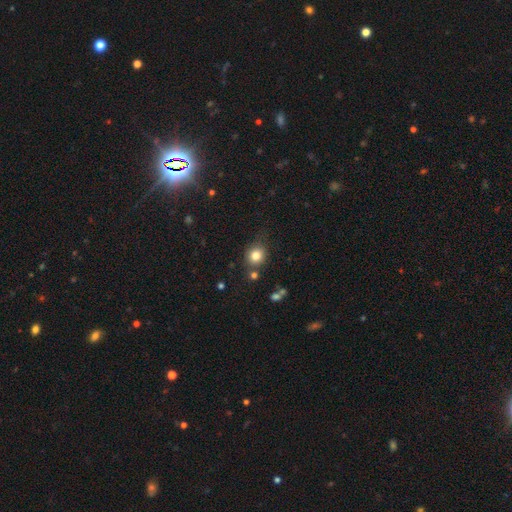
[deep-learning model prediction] This appears to be a smooth galaxy with no disk features (80%) that is round (79%). Merging: none (73%).